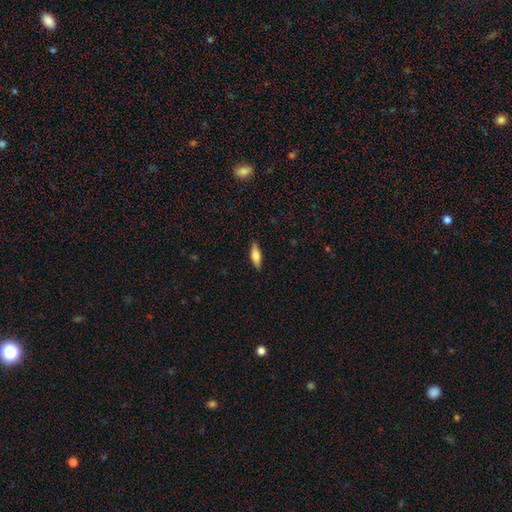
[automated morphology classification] Smooth or featured?
  - smooth: 67% *
  - featured or disk: 27%
  - star or artifact: 6%
How rounded?
  - in between: 51% *
  - cigar-shaped: 47%
  - round: 2%
Merging?
  - none: 89% *
  - minor disturbance: 9%
  - major disturbance: 2%
  - merger: 1%